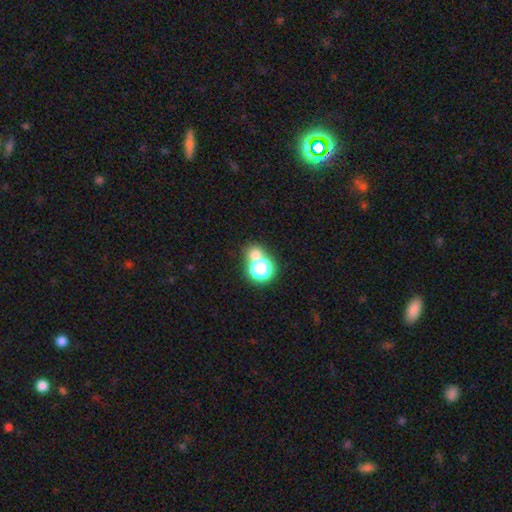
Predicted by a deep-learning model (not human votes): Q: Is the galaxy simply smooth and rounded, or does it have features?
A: smooth — 65%.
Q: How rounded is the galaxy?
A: round — 81%.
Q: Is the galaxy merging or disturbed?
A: none — 51%.